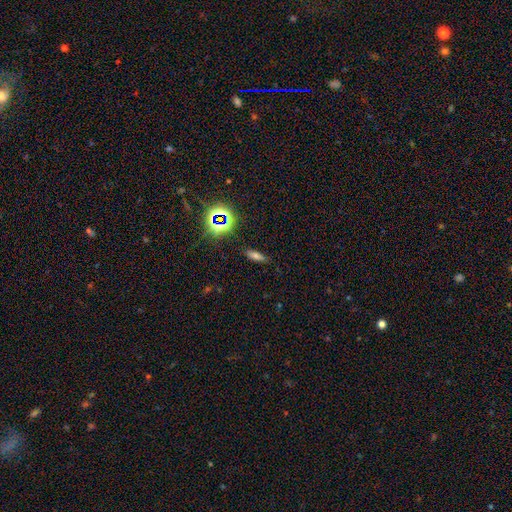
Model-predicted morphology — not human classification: smooth-or-featured: smooth: 61% | star or artifact: 25% | featured or disk: 15%
  how-rounded: in between: 50% | cigar-shaped: 45% | round: 6%
  merging: none: 82% | minor disturbance: 12% | major disturbance: 4% | merger: 2%